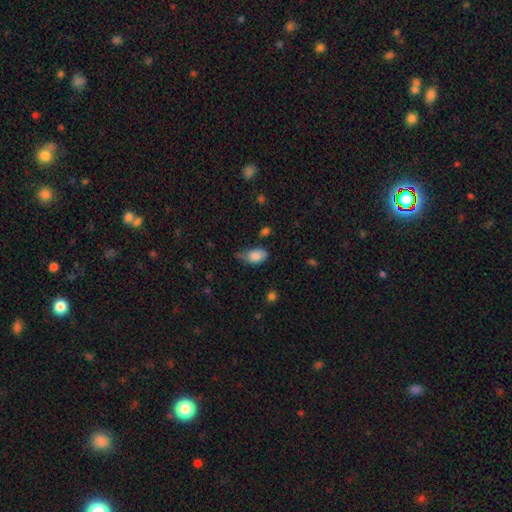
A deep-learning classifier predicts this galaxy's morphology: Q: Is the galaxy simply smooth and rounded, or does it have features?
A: smooth — 84%.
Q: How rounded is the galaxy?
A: in between — 90%.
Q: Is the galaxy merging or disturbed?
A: minor disturbance — 45%.